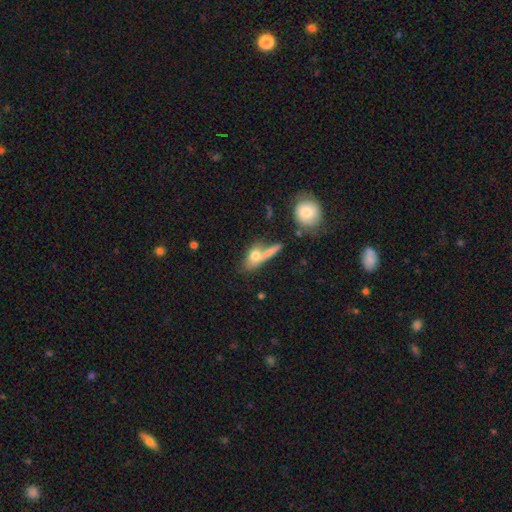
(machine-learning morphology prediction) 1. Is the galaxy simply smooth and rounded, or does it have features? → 69% smooth, 23% featured or disk, 9% star or artifact.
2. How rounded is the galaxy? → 59% in between, 27% cigar-shaped, 14% round.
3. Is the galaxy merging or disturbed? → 39% merger (tied), 39% none (tied), 13% minor disturbance, 9% major disturbance.